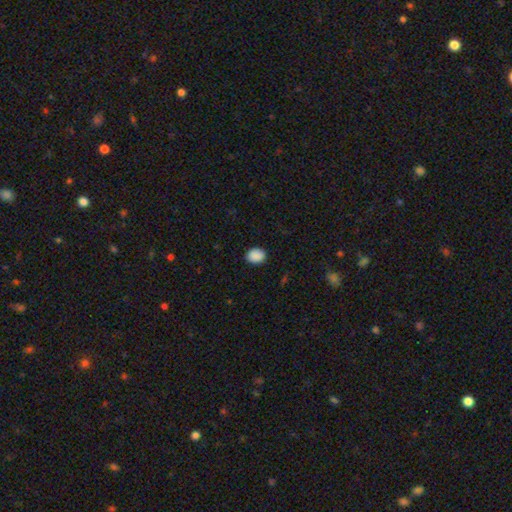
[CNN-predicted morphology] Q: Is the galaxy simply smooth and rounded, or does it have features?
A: smooth — 89%.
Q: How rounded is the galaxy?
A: round — 52%.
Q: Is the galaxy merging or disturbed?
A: none — 88%.